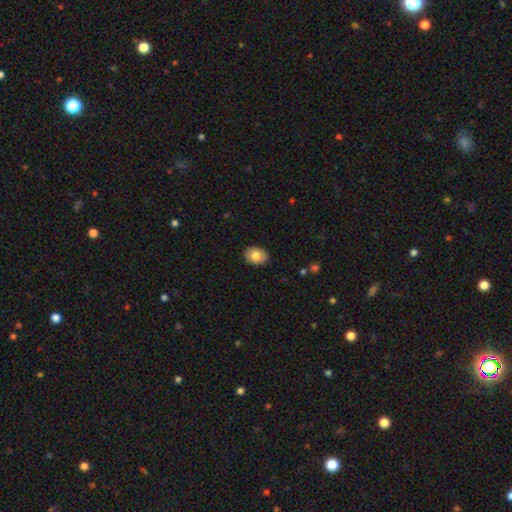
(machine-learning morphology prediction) This appears to be a smooth galaxy with no disk features (80%) that is in between round and cigar-shaped (72%). Merging: none (89%).